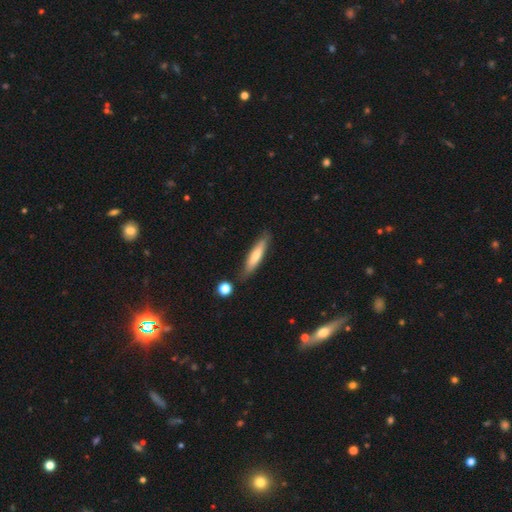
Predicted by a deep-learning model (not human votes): This is likely a smooth galaxy (66%). How rounded: clearly cigar-shaped (83%). Merging: likely none (78%).